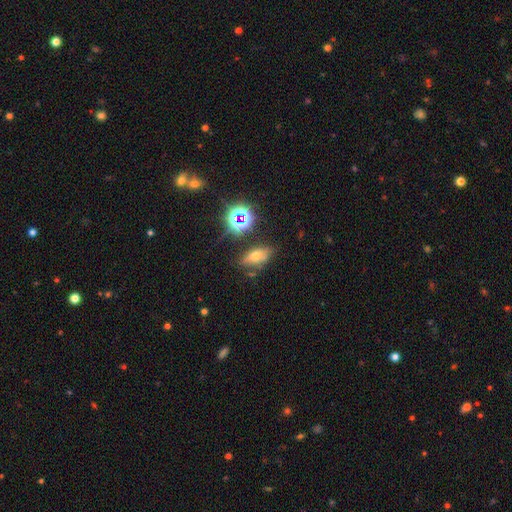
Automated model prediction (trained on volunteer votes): Smooth or featured? smooth (49%)
Merging? none (68%)